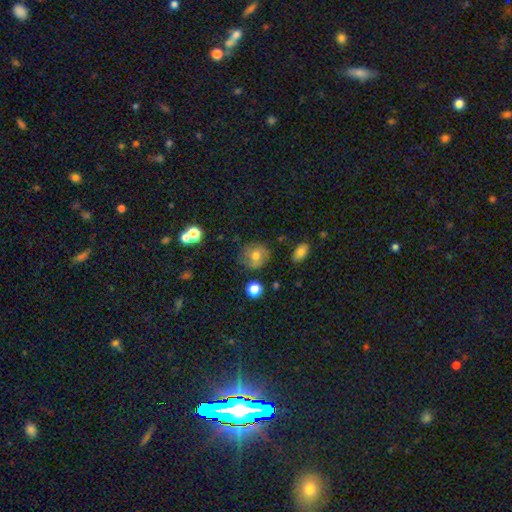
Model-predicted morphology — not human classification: smooth_or_featured: smooth (p=0.63) [alt: featured or disk p=0.26]
how_rounded: round (p=0.78) [alt: in between p=0.21]
merging: none (p=0.71) [alt: minor disturbance p=0.19]